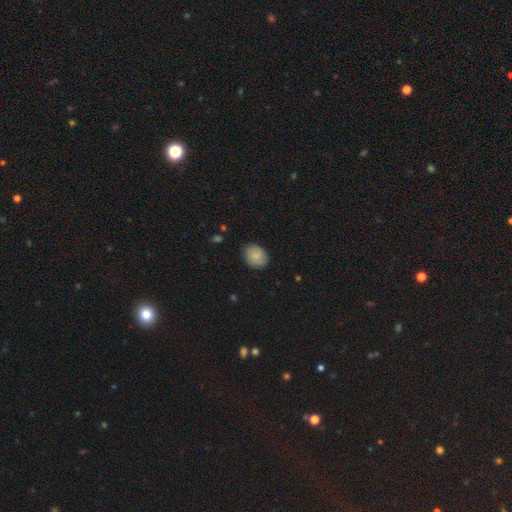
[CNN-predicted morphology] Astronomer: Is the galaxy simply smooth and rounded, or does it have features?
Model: smooth — 81%.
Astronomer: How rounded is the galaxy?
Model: in between — 50% (runner-up: round, 49%).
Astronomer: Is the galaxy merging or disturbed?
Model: none — 82%.